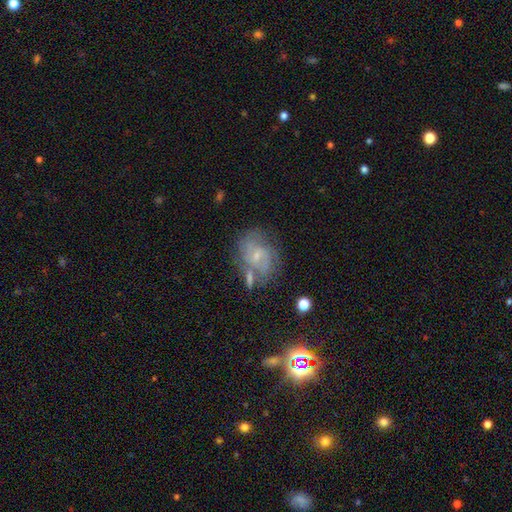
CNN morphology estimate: Q: Smooth or featured?
A: featured or disk (71%); runner-up: smooth (18%)
Q: Edge-on disk?
A: no (97%); runner-up: yes (3%)
Q: Bar?
A: no (57%); runner-up: weak (36%)
Q: Spiral arms?
A: yes (87%); runner-up: no (13%)
Q: Spiral winding?
A: tight (43%); runner-up: medium (42%)
Q: Spiral arm count?
A: 2 (38%); runner-up: can't tell (35%)
Q: Bulge size?
A: small (71%); runner-up: moderate (22%)
Q: Merging?
A: none (55%); runner-up: minor disturbance (20%)